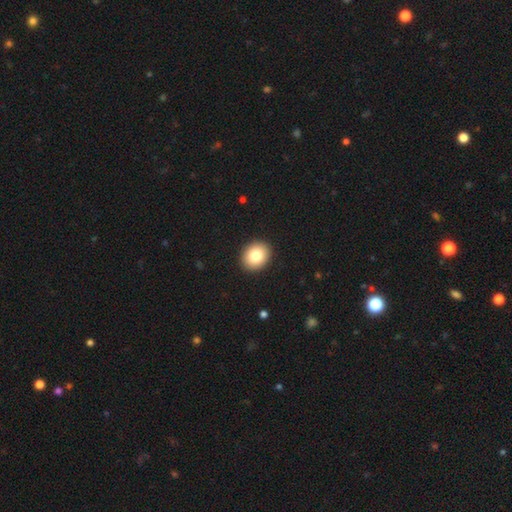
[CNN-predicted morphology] Q: Smooth or featured?
A: smooth (82%); runner-up: featured or disk (10%)
Q: How rounded?
A: round (61%); runner-up: in between (38%)
Q: Merging?
A: none (92%); runner-up: minor disturbance (5%)